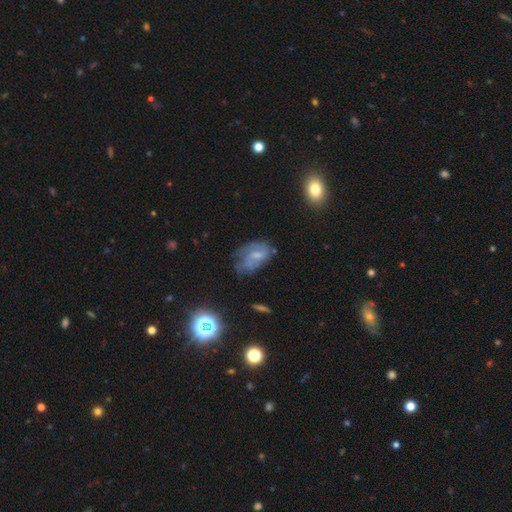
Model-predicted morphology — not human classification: smooth_or_featured: featured or disk (p=0.48) [alt: smooth p=0.39]
merging: none (p=0.45) [alt: minor disturbance p=0.31]